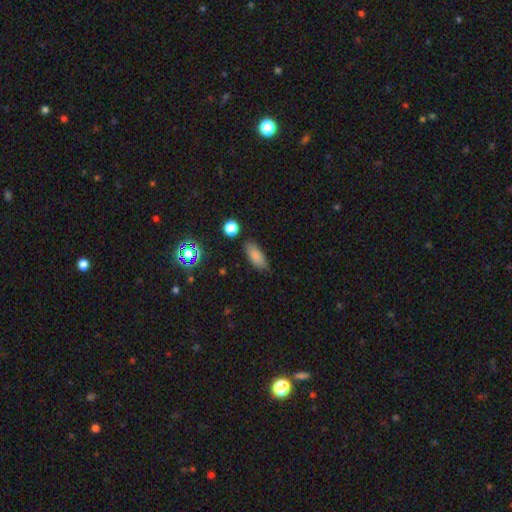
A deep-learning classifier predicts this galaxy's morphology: This appears to be a smooth galaxy with no disk features (80%) that is in between round and cigar-shaped (80%). Merging: none (78%).